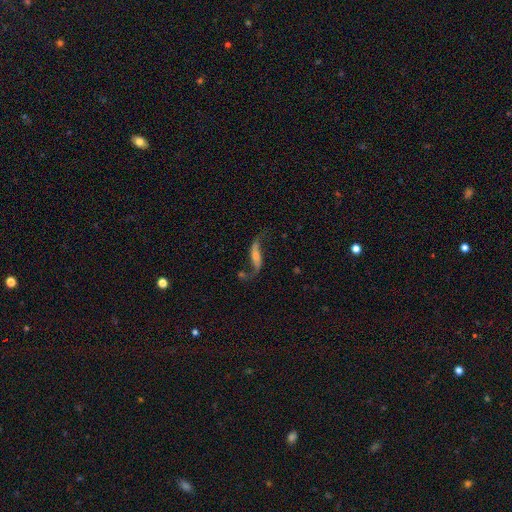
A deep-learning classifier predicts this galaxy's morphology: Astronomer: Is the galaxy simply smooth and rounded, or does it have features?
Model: featured or disk — 80%.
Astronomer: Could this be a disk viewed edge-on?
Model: no — 85%.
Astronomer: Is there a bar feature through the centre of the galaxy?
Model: no — 43% (runner-up: weak, 31%).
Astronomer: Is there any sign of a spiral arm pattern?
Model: yes — 93%.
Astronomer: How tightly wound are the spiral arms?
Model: loose — 90%.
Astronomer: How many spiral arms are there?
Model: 2 — 91%.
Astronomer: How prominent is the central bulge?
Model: small — 44% (runner-up: moderate, 38%).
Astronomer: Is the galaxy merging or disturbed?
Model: none — 64%.